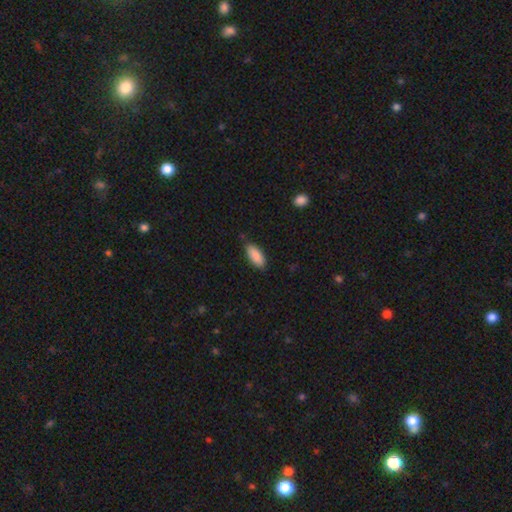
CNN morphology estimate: Overall: smooth (89%). How rounded: in between (80%). Merging: none (82%).